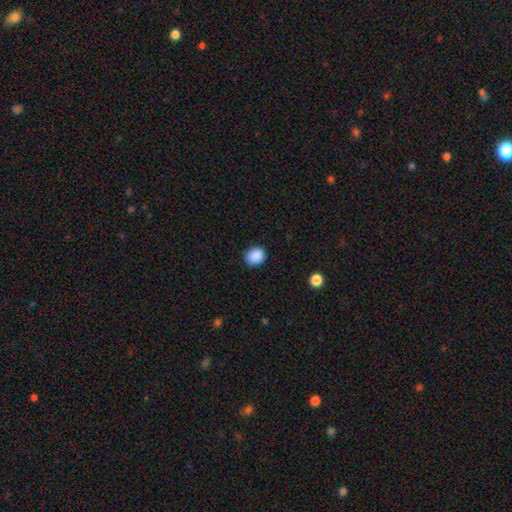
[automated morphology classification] smooth 89%, star or artifact 8%, featured or disk 3%. Down the decision tree: how rounded — round (62%); merging — none (88%).